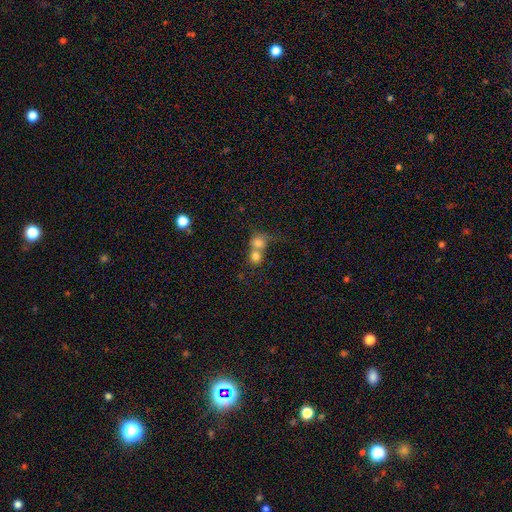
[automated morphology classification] Q: Smooth or featured?
A: smooth (74%); runner-up: featured or disk (15%)
Q: How rounded?
A: round (73%); runner-up: in between (26%)
Q: Merging?
A: merger (70%); runner-up: none (21%)